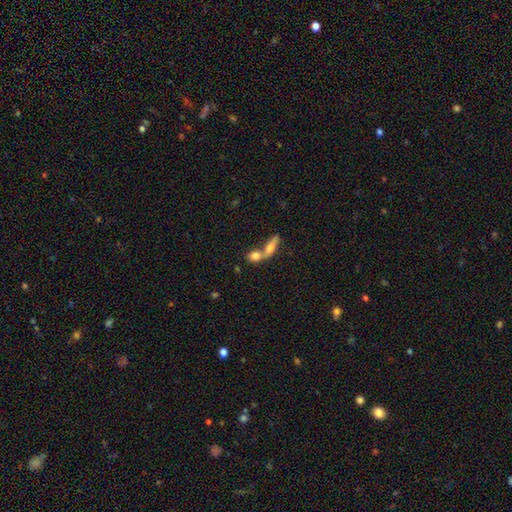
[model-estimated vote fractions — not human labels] smooth-or-featured: smooth: 71% | featured or disk: 20% | star or artifact: 9%
  how-rounded: in between: 57% | round: 24% | cigar-shaped: 19%
  merging: merger: 64% | none: 26% | minor disturbance: 6% | major disturbance: 4%